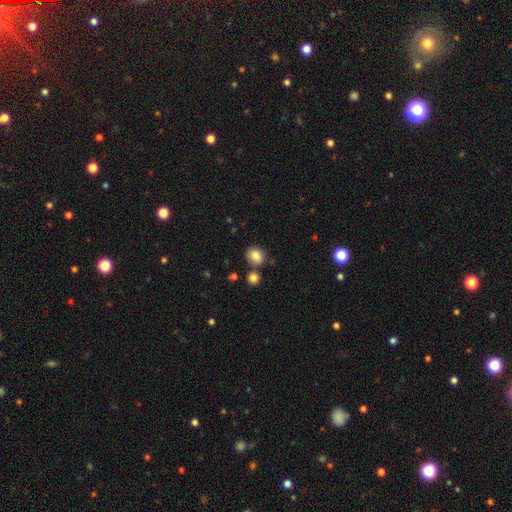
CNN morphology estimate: smooth_or_featured: smooth (p=0.85) [alt: star or artifact p=0.10]
how_rounded: round (p=0.58) [alt: in between p=0.41]
merging: none (p=0.71) [alt: minor disturbance p=0.14]